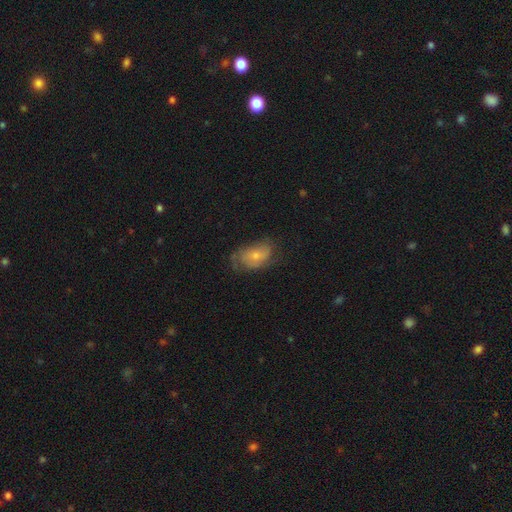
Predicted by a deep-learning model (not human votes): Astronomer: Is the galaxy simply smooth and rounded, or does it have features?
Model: featured or disk — 50% (runner-up: smooth, 42%).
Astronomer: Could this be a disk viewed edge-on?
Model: no — 95%.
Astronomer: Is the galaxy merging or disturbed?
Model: none — 55%.